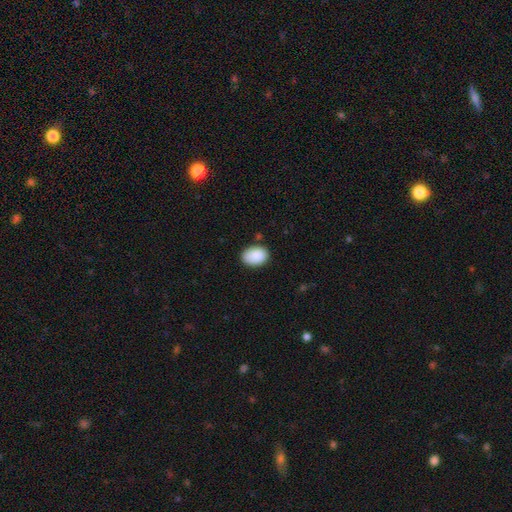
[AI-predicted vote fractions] This is clearly a smooth galaxy (89%). How rounded: likely in between (76%). Merging: clearly none (82%).